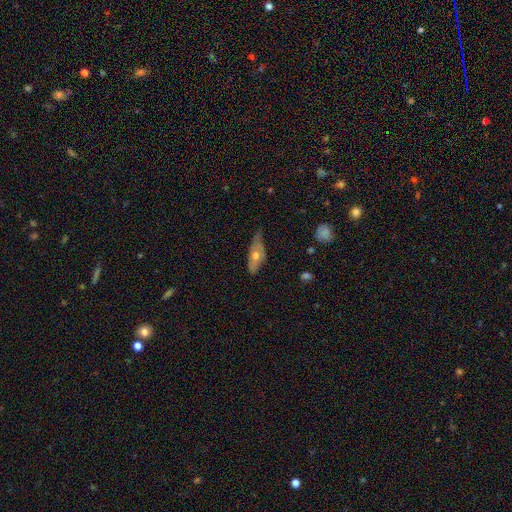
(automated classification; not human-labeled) This is possibly a smooth galaxy (47%). Merging: possibly none (46%).